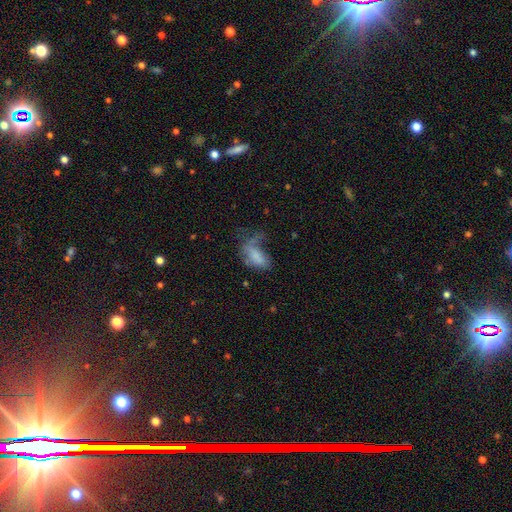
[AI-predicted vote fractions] Q: Smooth or featured?
A: smooth (67%); runner-up: featured or disk (21%)
Q: How rounded?
A: in between (89%); runner-up: cigar-shaped (7%)
Q: Merging?
A: major disturbance (47%); runner-up: minor disturbance (23%)